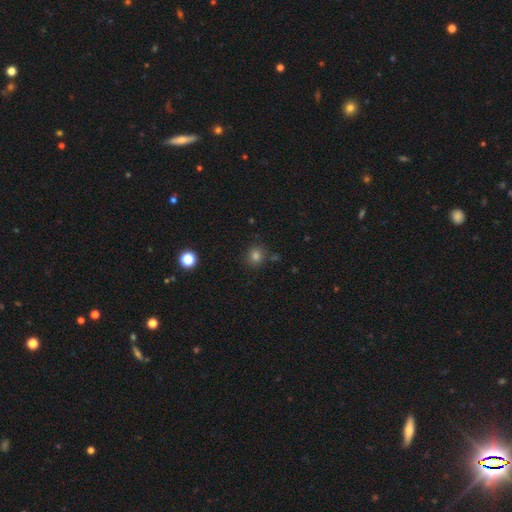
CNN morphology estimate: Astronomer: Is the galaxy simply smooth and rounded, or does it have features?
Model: smooth — 80%.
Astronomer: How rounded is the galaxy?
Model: round — 86%.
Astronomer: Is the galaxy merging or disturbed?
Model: none — 83%.